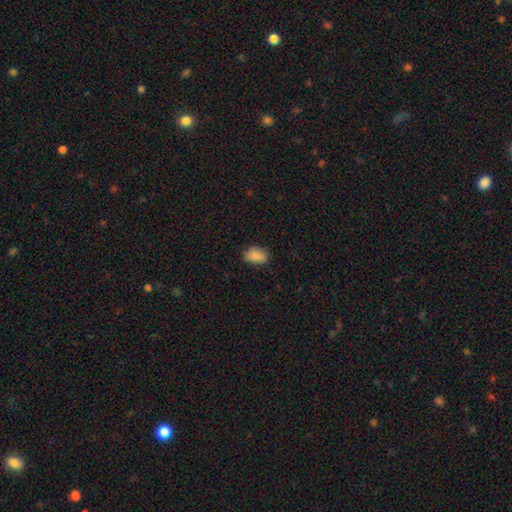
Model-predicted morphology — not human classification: The model was most divided on "merging": none: 79%, minor disturbance: 17%, major disturbance: 3%, merger: 1%. More confident: smooth or featured — smooth (88%); how rounded — in between (85%).